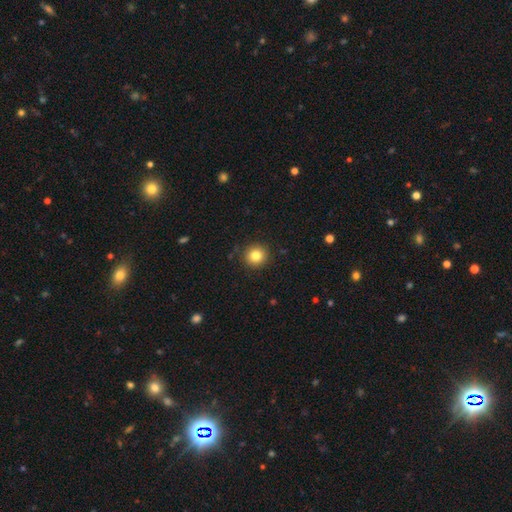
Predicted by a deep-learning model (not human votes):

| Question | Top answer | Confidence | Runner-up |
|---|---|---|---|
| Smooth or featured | smooth | 82% | star or artifact (11%) |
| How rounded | round | 93% | in between (6%) |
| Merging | none | 90% | minor disturbance (7%) |